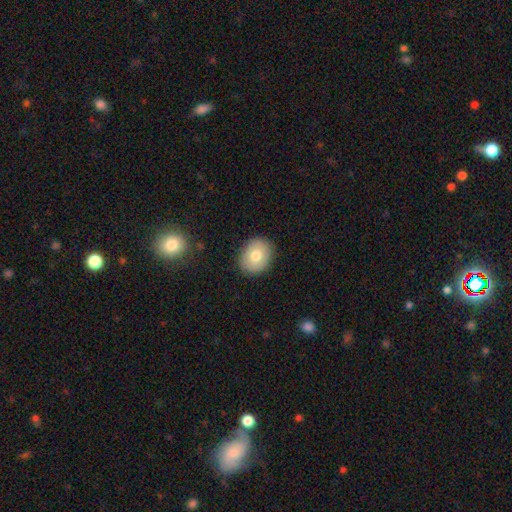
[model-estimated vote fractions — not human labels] smooth-or-featured: smooth: 76% | featured or disk: 16% | star or artifact: 8%
  how-rounded: round: 58% | in between: 41% | cigar-shaped: 1%
  merging: none: 89% | minor disturbance: 8% | major disturbance: 2% | merger: 1%